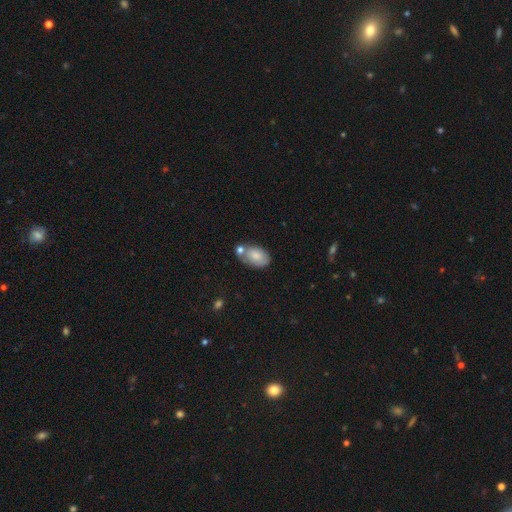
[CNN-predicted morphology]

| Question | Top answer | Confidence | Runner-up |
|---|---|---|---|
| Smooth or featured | smooth | 77% | featured or disk (16%) |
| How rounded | in between | 90% | round (8%) |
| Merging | none | 46% | merger (27%) |